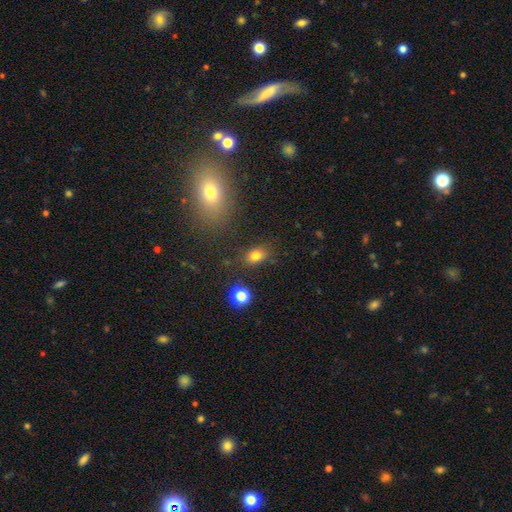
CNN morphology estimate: Smooth or featured?
  - smooth: 79% *
  - star or artifact: 13%
  - featured or disk: 8%
How rounded?
  - in between: 70% *
  - round: 28%
  - cigar-shaped: 2%
Merging?
  - none: 79% *
  - minor disturbance: 13%
  - merger: 4%
  - major disturbance: 4%